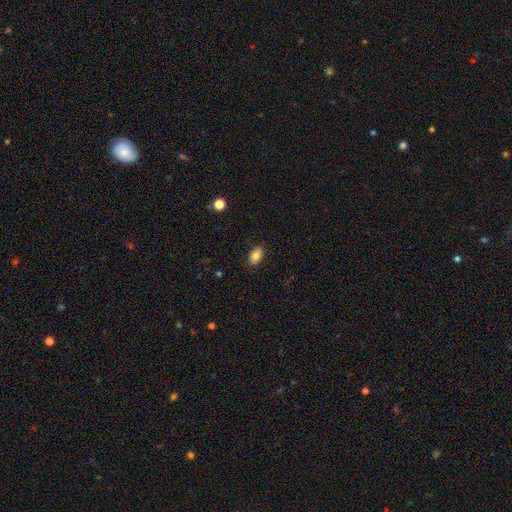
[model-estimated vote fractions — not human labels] A smooth galaxy with no disk features (83%) that is in between round and cigar-shaped (88%).

Vote fractions:
- Smooth or featured? smooth: 83% / featured or disk: 9% / star or artifact: 8%
- How rounded? in between: 88% / round: 10% / cigar-shaped: 2%
- Merging? none: 87% / minor disturbance: 10% / major disturbance: 2% / merger: 1%